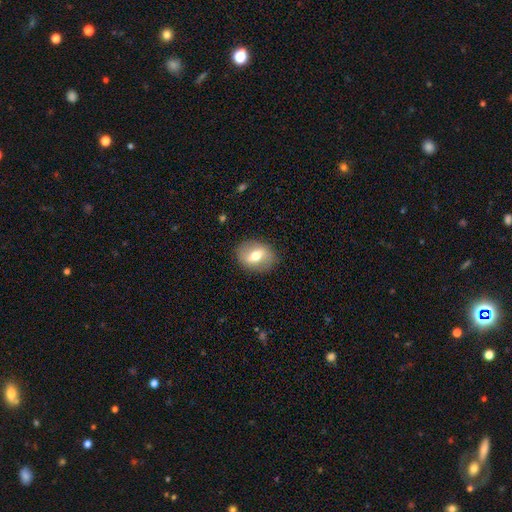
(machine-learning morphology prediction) Smooth or featured? smooth (52%)
How rounded? in between (57%)
Merging? none (85%)